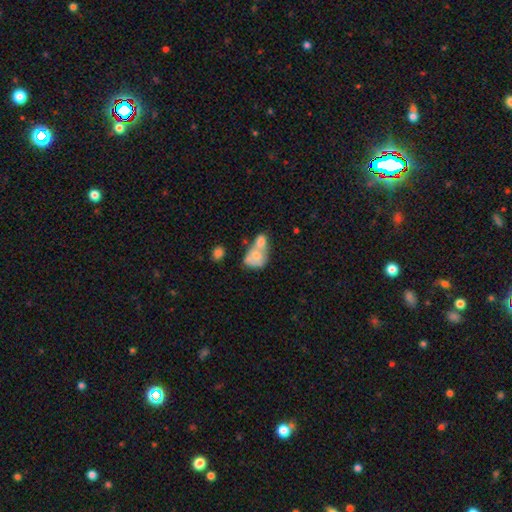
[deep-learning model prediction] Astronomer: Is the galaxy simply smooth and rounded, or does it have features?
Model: smooth — 63%.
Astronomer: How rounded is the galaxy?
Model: in between — 59% (runner-up: round, 40%).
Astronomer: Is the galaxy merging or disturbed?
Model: merger — 71%.